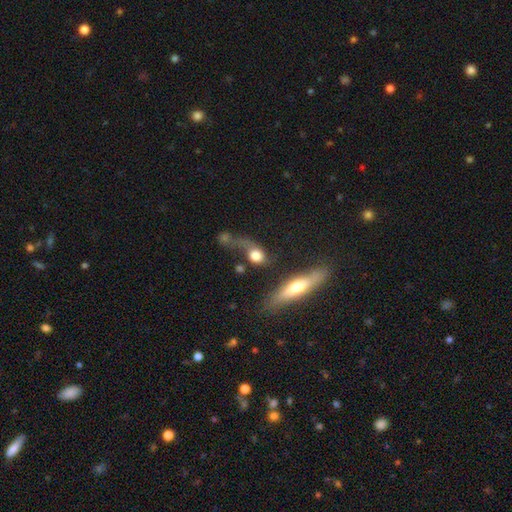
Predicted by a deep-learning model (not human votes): Smooth or featured? Predicted: smooth (p=0.65). How rounded? Predicted: round (p=0.48). Merging? Predicted: major disturbance (p=0.32).